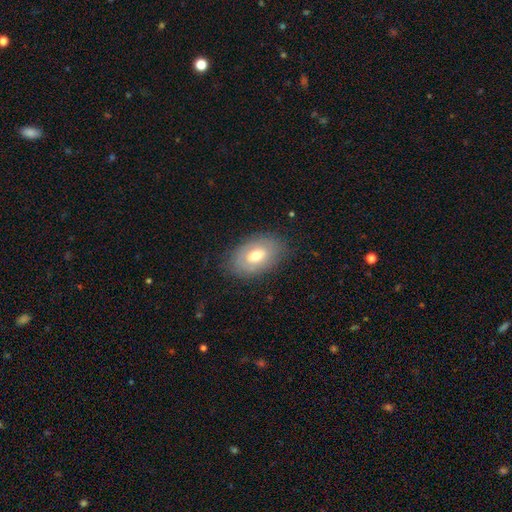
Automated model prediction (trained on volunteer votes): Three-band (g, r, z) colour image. It shows a smooth galaxy with no disk features (57%) that is in between round and cigar-shaped (89%). Merging: none (80%).